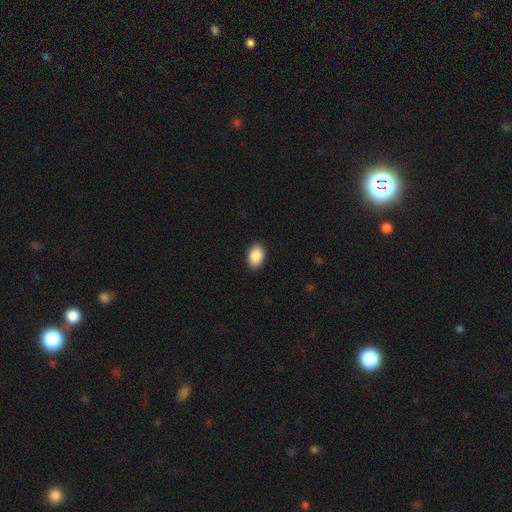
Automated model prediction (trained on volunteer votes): Smooth or featured: smooth — 90% (star or artifact — 7%)
How rounded: in between — 88% (round — 11%)
Merging: none — 89% (minor disturbance — 8%)